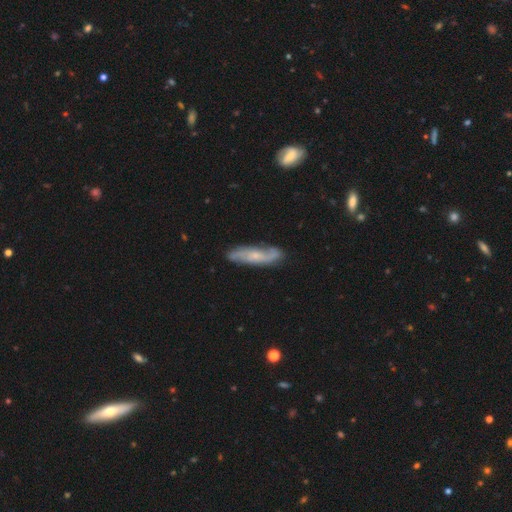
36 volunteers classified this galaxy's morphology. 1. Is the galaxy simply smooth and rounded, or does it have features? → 67% featured or disk, 31% smooth, 3% star or artifact.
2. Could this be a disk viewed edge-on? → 96% no, 4% yes.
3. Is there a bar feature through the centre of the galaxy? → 52% no, 43% weak, 4% strong.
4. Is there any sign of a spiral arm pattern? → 87% yes, 13% no.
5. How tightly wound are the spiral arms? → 55% medium, 25% tight, 20% loose.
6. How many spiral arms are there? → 90% 2, 10% can't tell, 0% 1, 0% 3, 0% 4, 0% more than 4.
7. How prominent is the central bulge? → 78% small, 17% moderate, 4% none, 0% dominant, 0% large.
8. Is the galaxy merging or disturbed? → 80% none, 17% minor disturbance, 3% major disturbance, 0% merger.